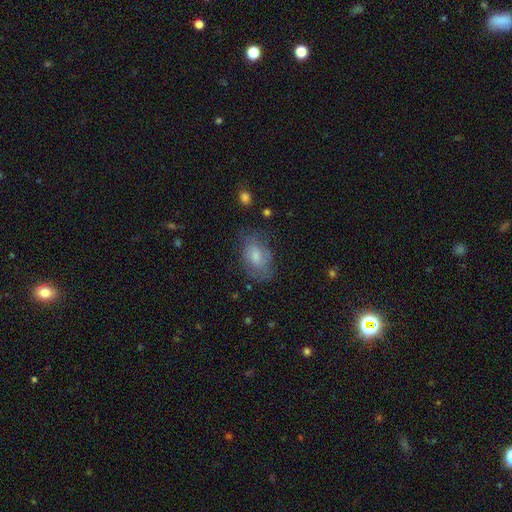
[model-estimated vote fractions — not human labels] Q: Smooth or featured?
A: smooth (50%); runner-up: featured or disk (37%)
Q: How rounded?
A: in between (86%); runner-up: round (11%)
Q: Merging?
A: none (64%); runner-up: minor disturbance (24%)